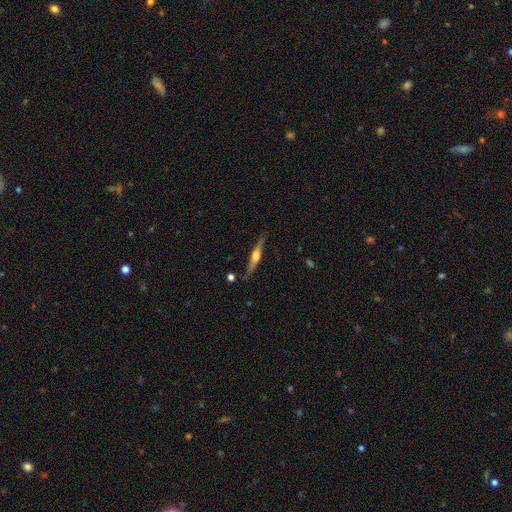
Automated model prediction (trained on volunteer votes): Smooth or featured: featured or disk — 65% (smooth — 29%)
Edge-on disk: yes — 94% (no — 6%)
Edge-on bulge: rounded — 83% (boxy — 11%)
Merging: none — 78% (minor disturbance — 16%)